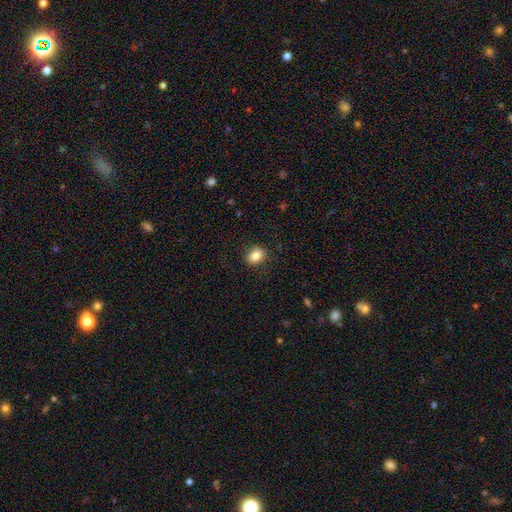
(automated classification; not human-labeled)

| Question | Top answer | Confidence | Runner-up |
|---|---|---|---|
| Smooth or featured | smooth | 84% | star or artifact (9%) |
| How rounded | in between | 55% | round (44%) |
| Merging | none | 84% | minor disturbance (12%) |